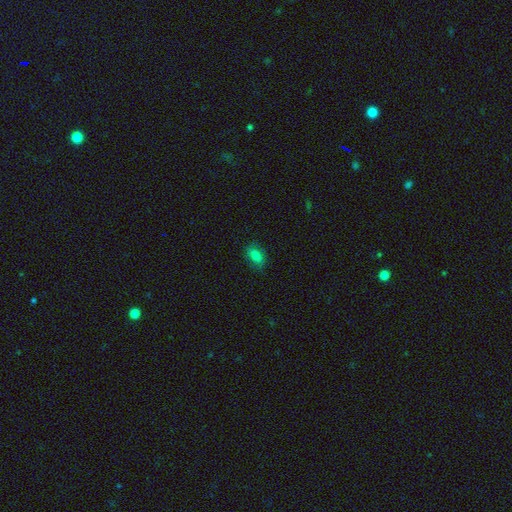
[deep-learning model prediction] smooth 76%, featured or disk 12%, star or artifact 11%. Down the decision tree: how rounded — in between (82%); merging — none (79%).